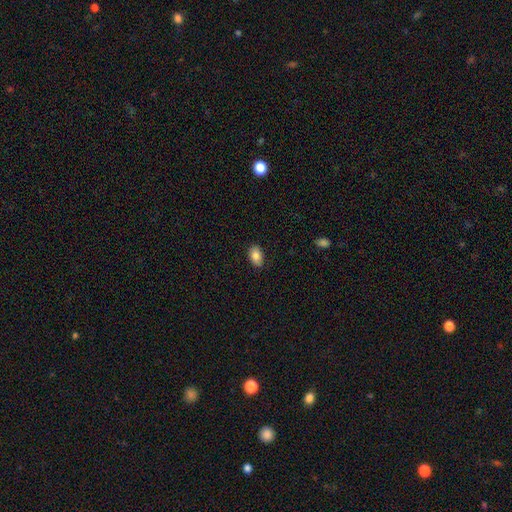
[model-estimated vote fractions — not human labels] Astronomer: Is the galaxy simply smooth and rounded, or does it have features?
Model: smooth — 84%.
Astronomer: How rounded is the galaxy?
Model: in between — 89%.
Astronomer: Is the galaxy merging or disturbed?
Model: none — 86%.